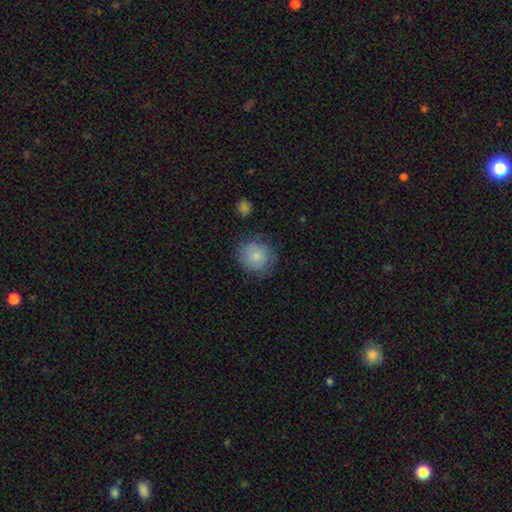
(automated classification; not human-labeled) This is clearly a smooth galaxy (83%). How rounded: clearly round (87%). Merging: likely none (78%).